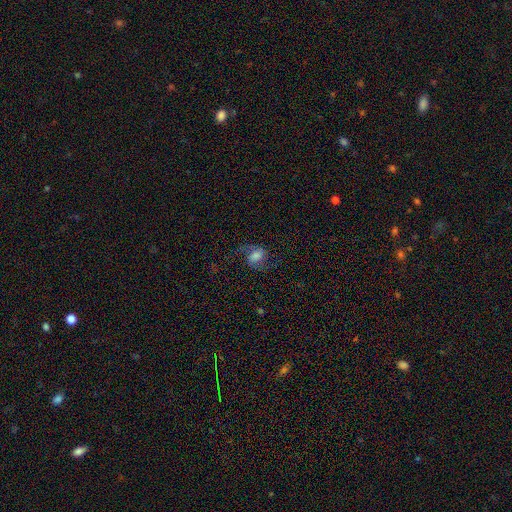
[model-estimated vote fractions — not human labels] Smooth or featured: featured or disk — 54% (smooth — 33%)
Edge-on disk: no — 97% (yes — 3%)
Bar: no — 45% (weak — 40%)
Spiral arms: yes — 91% (no — 9%)
Bulge size: large — 33% (moderate — 31%)
Merging: none — 69% (minor disturbance — 16%)